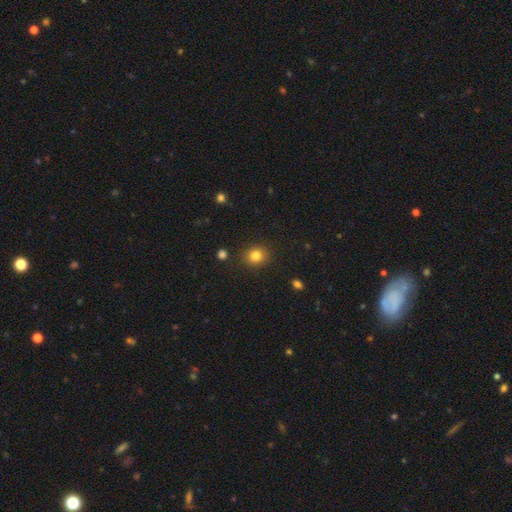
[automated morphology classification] Q: Smooth or featured?
A: smooth (83%); runner-up: star or artifact (11%)
Q: How rounded?
A: round (80%); runner-up: in between (19%)
Q: Merging?
A: none (88%); runner-up: minor disturbance (7%)